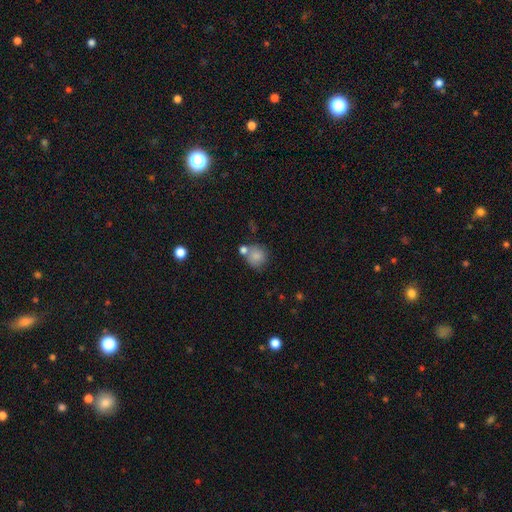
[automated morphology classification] The model was most divided on "merging": none: 53%, merger: 24%, minor disturbance: 16%, major disturbance: 6%. More confident: how rounded — round (85%); smooth or featured — smooth (81%).